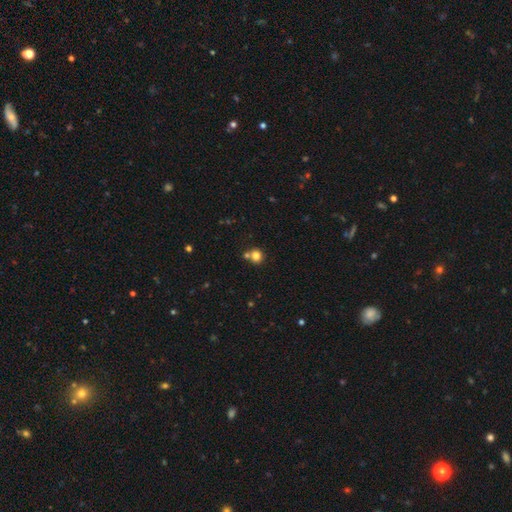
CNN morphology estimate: Q: Smooth or featured?
A: smooth (80%); runner-up: star or artifact (13%)
Q: How rounded?
A: round (88%); runner-up: in between (11%)
Q: Merging?
A: none (64%); runner-up: merger (25%)